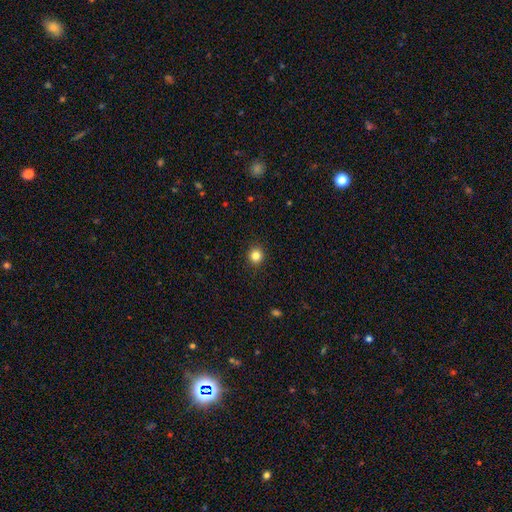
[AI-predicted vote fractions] The model was most divided on "smooth or featured": smooth: 84%, star or artifact: 12%, featured or disk: 5%. More confident: merging — none (92%); how rounded — round (90%).